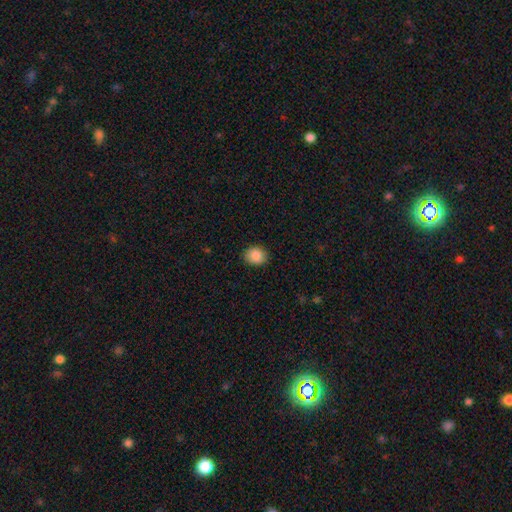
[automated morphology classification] Smooth or featured?
  - smooth: 88% *
  - star or artifact: 8%
  - featured or disk: 4%
How rounded?
  - round: 64% *
  - in between: 35%
  - cigar-shaped: 1%
Merging?
  - none: 88% *
  - minor disturbance: 9%
  - major disturbance: 2%
  - merger: 1%